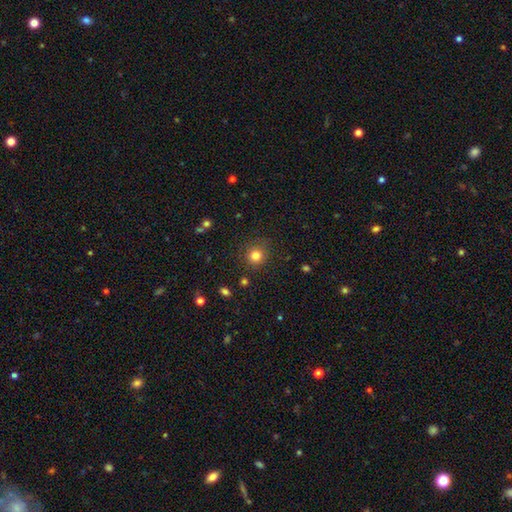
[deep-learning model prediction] A smooth galaxy with no disk features (81%) that is round (90%).

Vote fractions:
- Smooth or featured? smooth: 81% / star or artifact: 13% / featured or disk: 6%
- How rounded? round: 90% / in between: 9% / cigar-shaped: 1%
- Merging? none: 86% / minor disturbance: 9% / major disturbance: 3% / merger: 2%